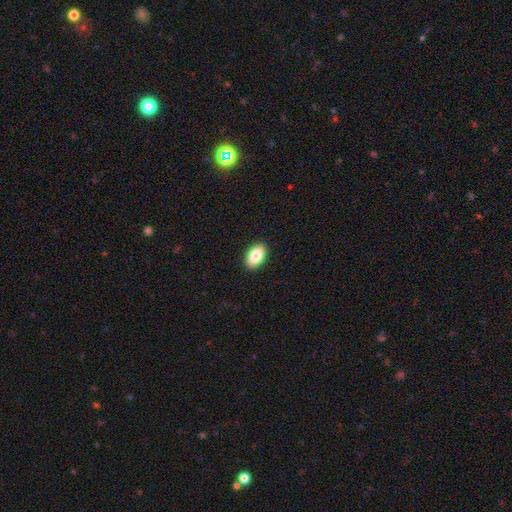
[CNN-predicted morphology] type=smooth (84%); roundness=in between (91%); merging=none (91%).